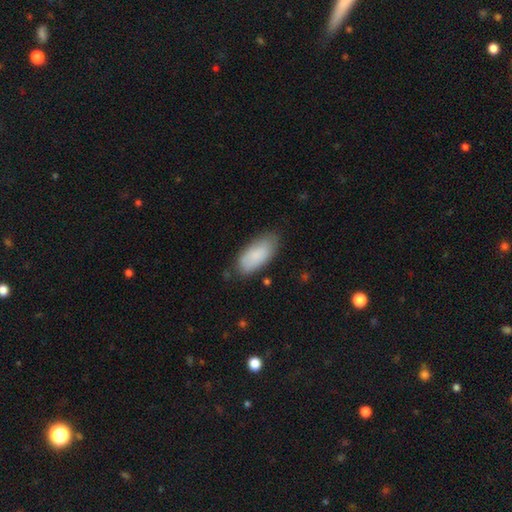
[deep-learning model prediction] Smooth or featured? smooth (85%)
How rounded? in between (89%)
Merging? none (74%)